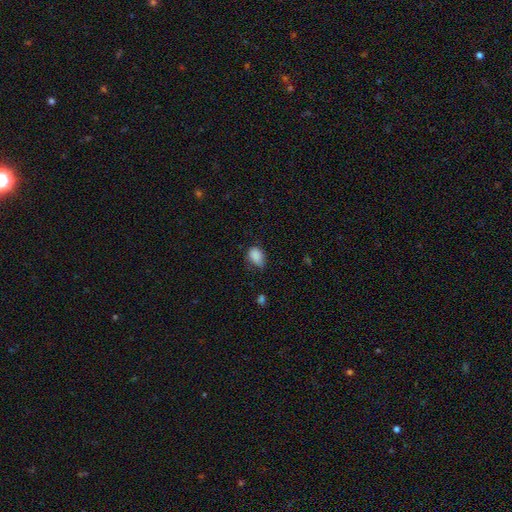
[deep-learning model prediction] A smooth galaxy with no disk features (86%) that is in between round and cigar-shaped (80%). Merging: none (49%).